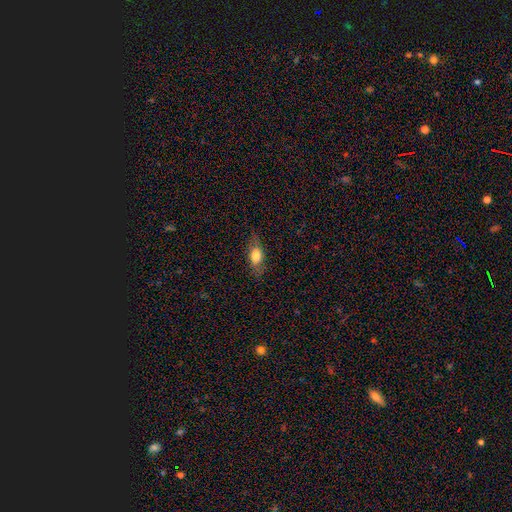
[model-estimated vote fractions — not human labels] Smooth or featured? Predicted: smooth (p=0.68). How rounded? Predicted: in between (p=0.77). Merging? Predicted: none (p=0.75).